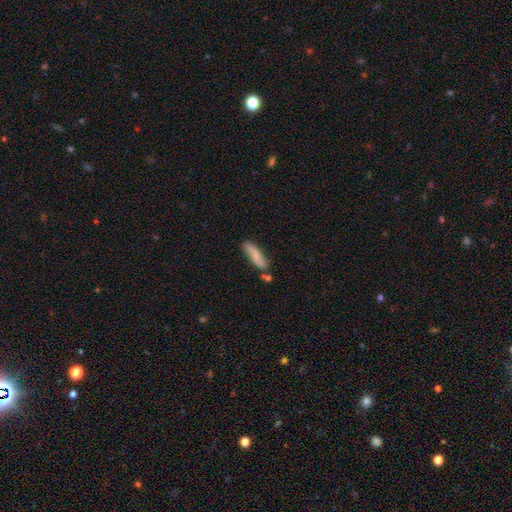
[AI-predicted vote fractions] A smooth galaxy with no disk features (72%) that is cigar-shaped (58%). Merging: none (68%).